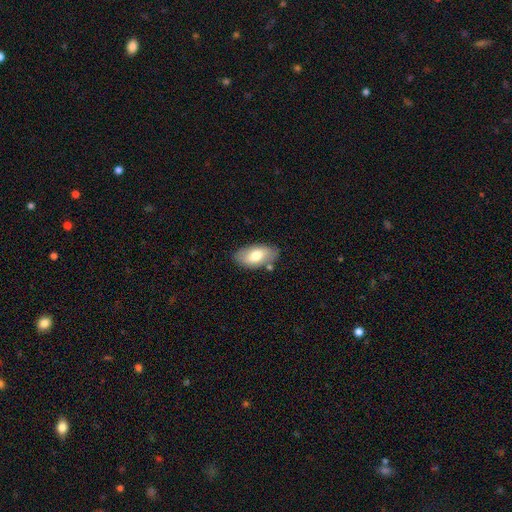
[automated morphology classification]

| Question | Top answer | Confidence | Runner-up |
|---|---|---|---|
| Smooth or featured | smooth | 72% | featured or disk (22%) |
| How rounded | in between | 94% | round (3%) |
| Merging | none | 78% | minor disturbance (14%) |